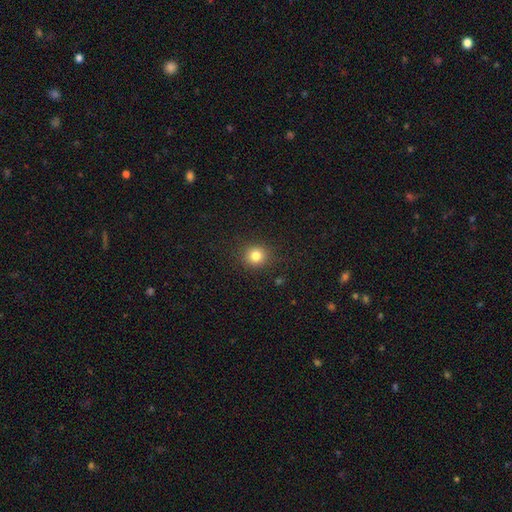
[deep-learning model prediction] smooth 82%, star or artifact 12%, featured or disk 6%. Down the decision tree: how rounded — round (88%); merging — none (89%).